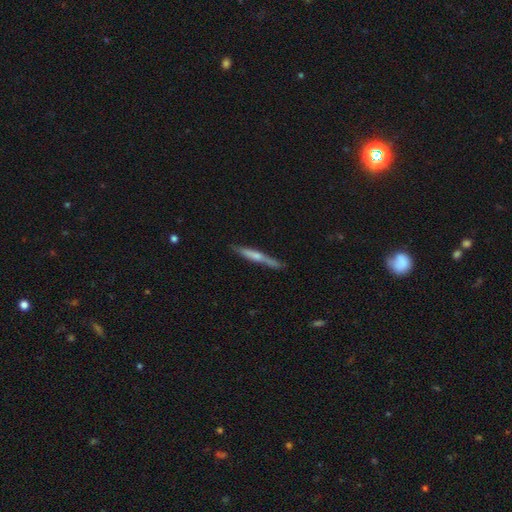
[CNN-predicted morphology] Smooth or featured: featured or disk — 48% (smooth — 46%)
Merging: none — 83% (minor disturbance — 13%)